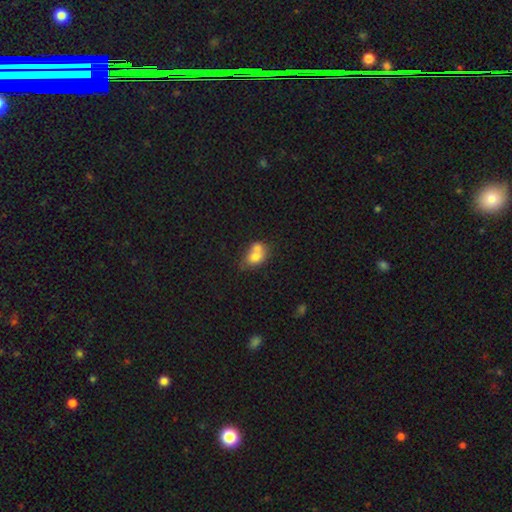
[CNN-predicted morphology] type=smooth (71%); roundness=in between (63%); merging=merger (58%).